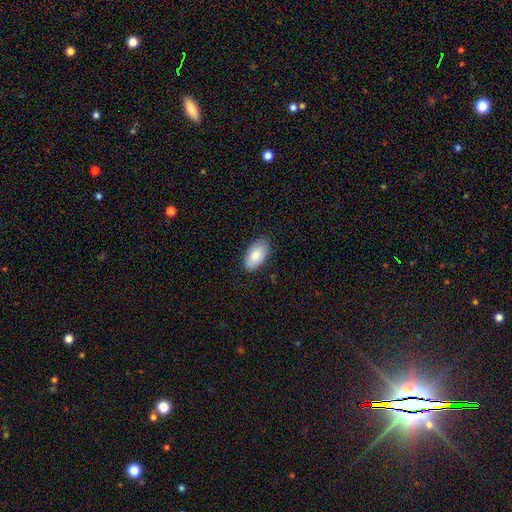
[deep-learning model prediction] A smooth galaxy with no disk features (82%) that is in between round and cigar-shaped (95%). Merging: none (83%).